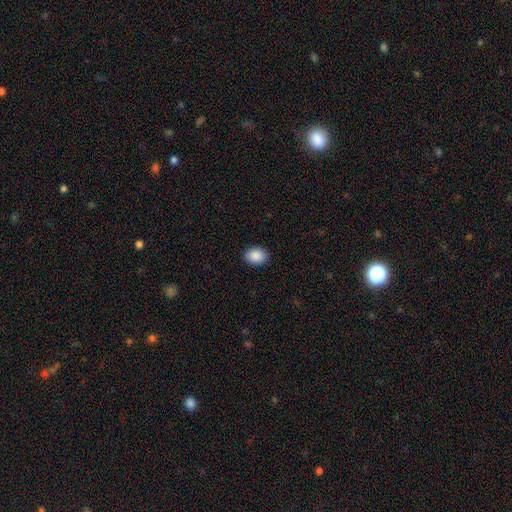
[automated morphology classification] This is clearly a smooth galaxy (89%). How rounded: likely in between (74%). Merging: clearly none (91%).